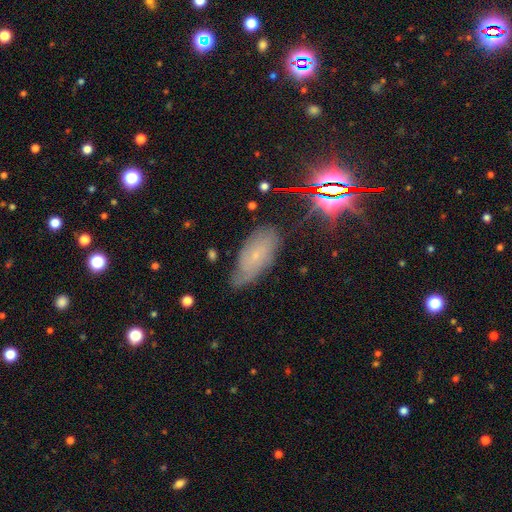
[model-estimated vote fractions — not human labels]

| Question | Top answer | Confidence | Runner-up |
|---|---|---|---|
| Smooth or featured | featured or disk | 50% | smooth (31%) |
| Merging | none | 63% | minor disturbance (27%) |